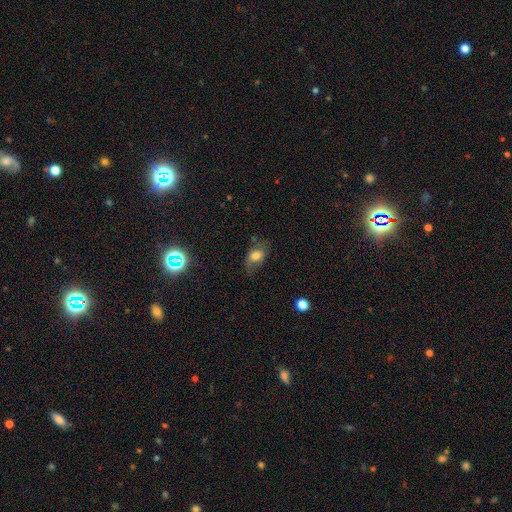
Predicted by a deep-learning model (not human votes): The model was most divided on "merging": none: 54%, minor disturbance: 26%, major disturbance: 17%, merger: 2%. More confident: how rounded — in between (84%); smooth or featured — smooth (59%).